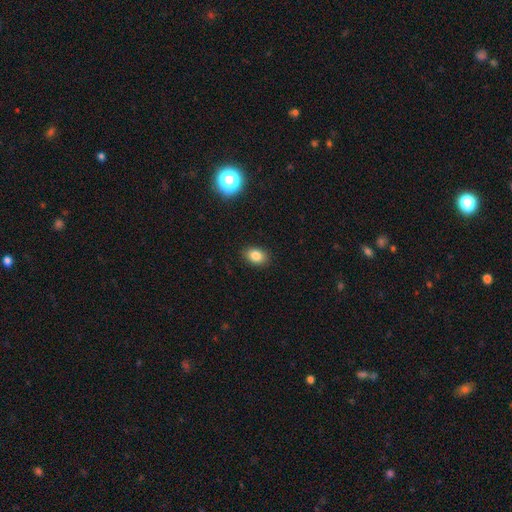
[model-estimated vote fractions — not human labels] Smooth or featured: smooth — 83% (star or artifact — 11%)
How rounded: in between — 75% (round — 24%)
Merging: none — 88% (minor disturbance — 8%)